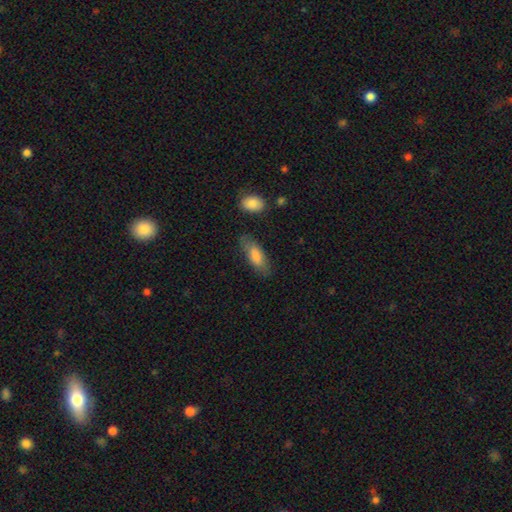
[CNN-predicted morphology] Smooth or featured?
  - smooth: 78% *
  - featured or disk: 16%
  - star or artifact: 6%
How rounded?
  - in between: 72% *
  - cigar-shaped: 26%
  - round: 2%
Merging?
  - none: 76% *
  - minor disturbance: 17%
  - major disturbance: 5%
  - merger: 3%